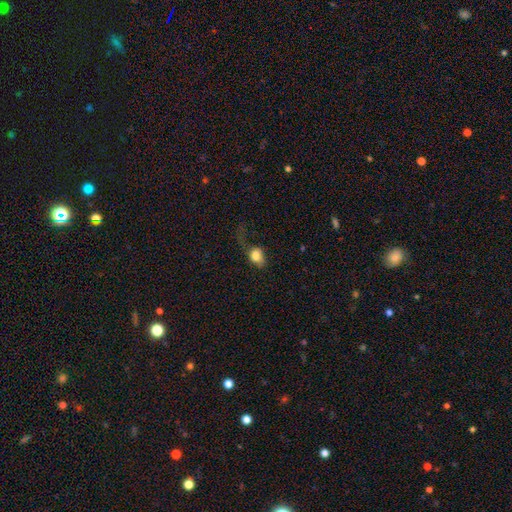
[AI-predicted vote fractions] A smooth galaxy with no disk features (81%) that is in between round and cigar-shaped (57%). Merging: major disturbance (41%).